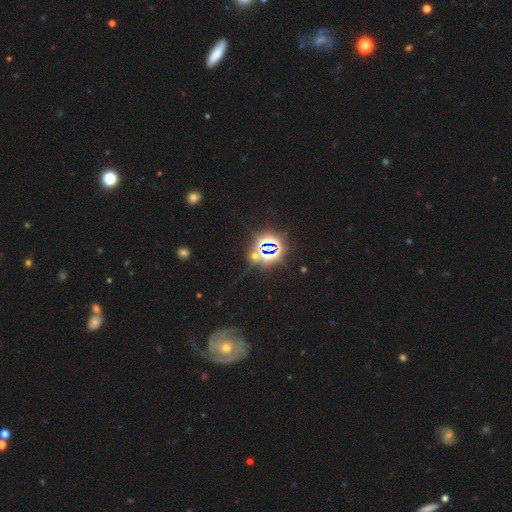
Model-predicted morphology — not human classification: This is likely a star or artifact rather than a galaxy (79%).